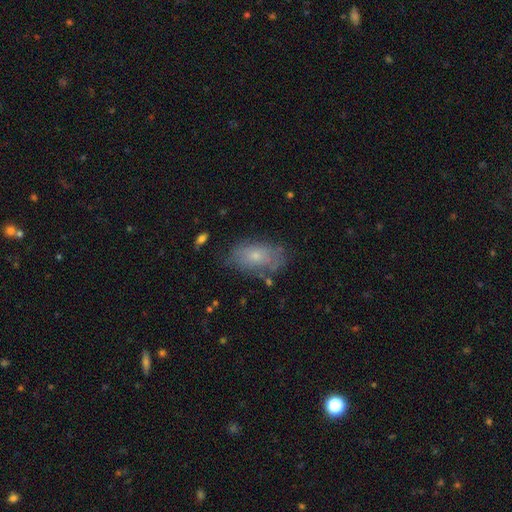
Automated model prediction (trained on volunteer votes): This is likely a smooth galaxy (62%). How rounded: clearly in between (90%). Merging: likely none (69%).